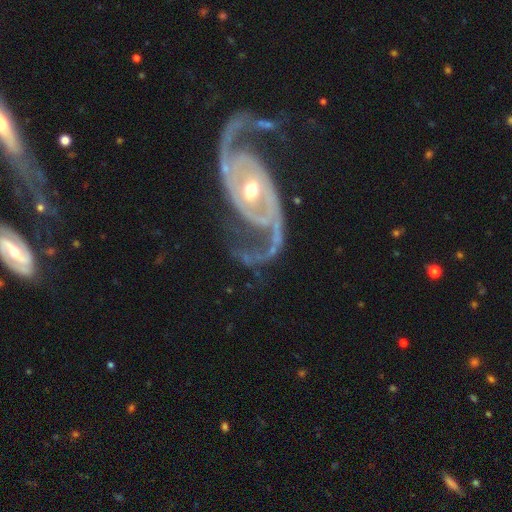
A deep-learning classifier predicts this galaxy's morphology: A featured or disk galaxy (91%) with no bar (54%), 2 (91%) medium (45%) spiral arms (97%) and a moderate central bulge (66%). Merging: none (63%).